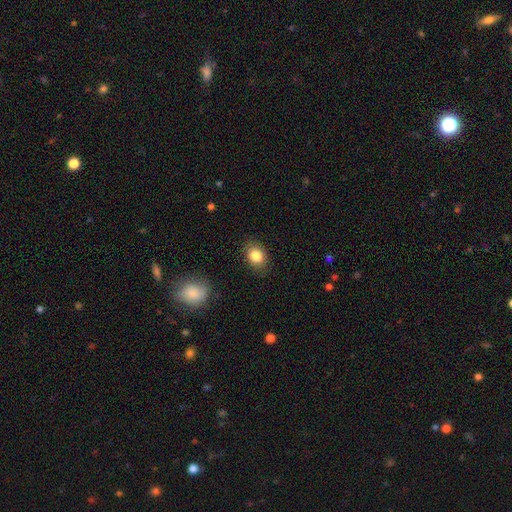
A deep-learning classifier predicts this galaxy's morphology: type=smooth (85%); roundness=in between (58%); merging=none (85%).